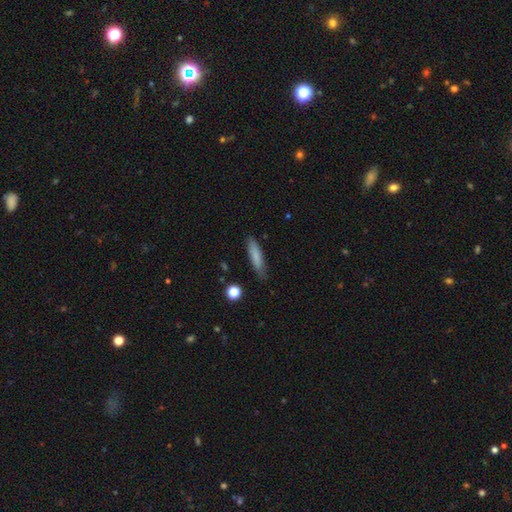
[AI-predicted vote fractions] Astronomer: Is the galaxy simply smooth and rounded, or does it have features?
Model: smooth — 80%.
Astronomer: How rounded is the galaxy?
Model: cigar-shaped — 81%.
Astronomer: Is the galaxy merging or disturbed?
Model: none — 79%.